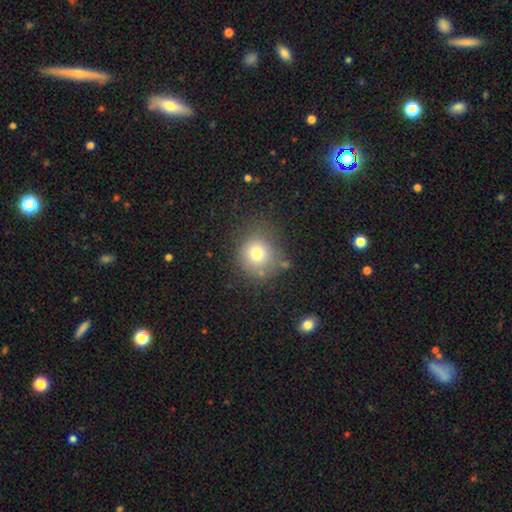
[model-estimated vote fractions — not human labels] Morphology: type=smooth (75%); roundness=round (86%); merging=none (68%).